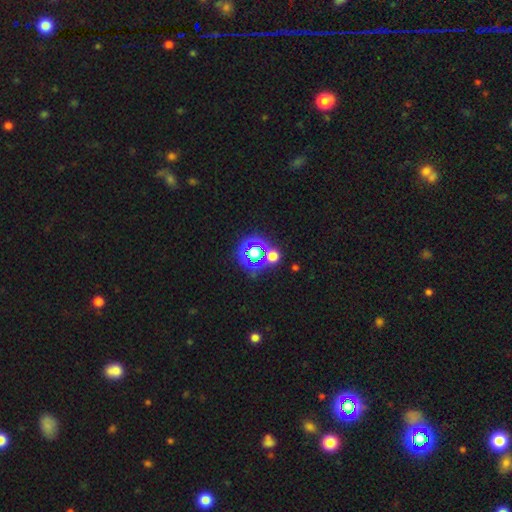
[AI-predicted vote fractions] The model was most divided on "smooth or featured": star or artifact: 59%, smooth: 30%, featured or disk: 10%.